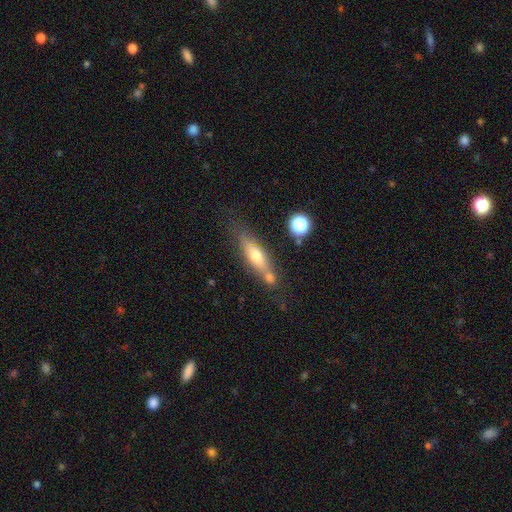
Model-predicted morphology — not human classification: Smooth or featured?
  - smooth: 53% *
  - featured or disk: 38%
  - star or artifact: 9%
How rounded?
  - cigar-shaped: 60% *
  - in between: 37%
  - round: 4%
Merging?
  - none: 59% *
  - merger: 19%
  - minor disturbance: 17%
  - major disturbance: 6%